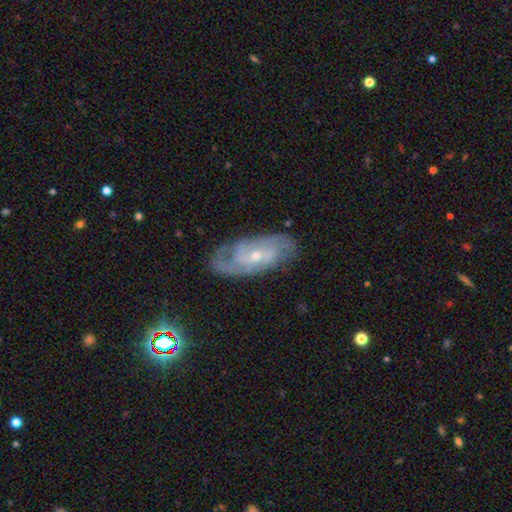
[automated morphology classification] Smooth or featured?
  - featured or disk: 82% *
  - smooth: 12%
  - star or artifact: 7%
Edge-on disk?
  - no: 93% *
  - yes: 7%
Bar?
  - no: 52% *
  - weak: 39%
  - strong: 9%
Spiral arms?
  - yes: 93% *
  - no: 7%
Spiral winding?
  - tight: 47% *
  - medium: 40%
  - loose: 13%
Spiral arm count?
  - 2: 42% *
  - can't tell: 29%
  - 3: 16%
  - 4: 6%
  - 1: 4%
  - more than 4: 4%
Bulge size?
  - small: 63% *
  - moderate: 34%
  - none: 1%
  - large: 1%
  - dominant: 1%
Merging?
  - none: 72% *
  - minor disturbance: 20%
  - major disturbance: 7%
  - merger: 2%